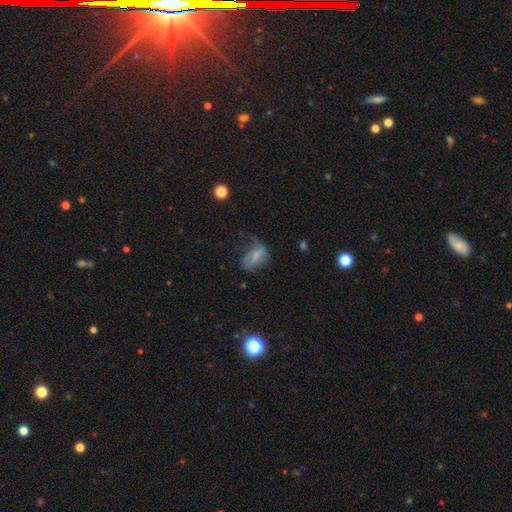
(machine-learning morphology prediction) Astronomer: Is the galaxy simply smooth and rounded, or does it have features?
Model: smooth — 58%.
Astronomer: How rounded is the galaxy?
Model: in between — 84%.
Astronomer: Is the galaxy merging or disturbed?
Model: major disturbance — 34% (runner-up: none, 32%).